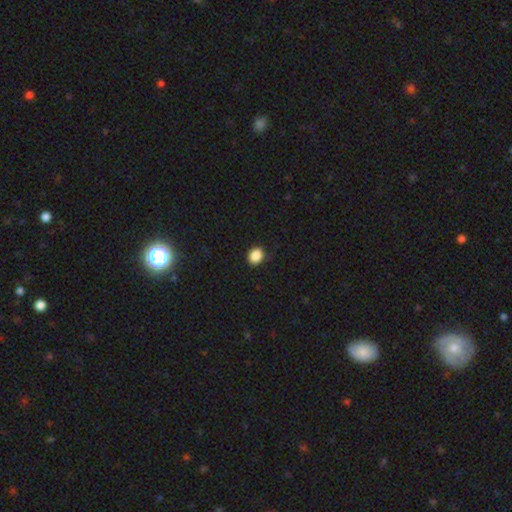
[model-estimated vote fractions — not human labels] smooth_or_featured: smooth (p=0.88) [alt: star or artifact p=0.10]
how_rounded: round (p=0.62) [alt: in between p=0.37]
merging: none (p=0.88) [alt: minor disturbance p=0.09]